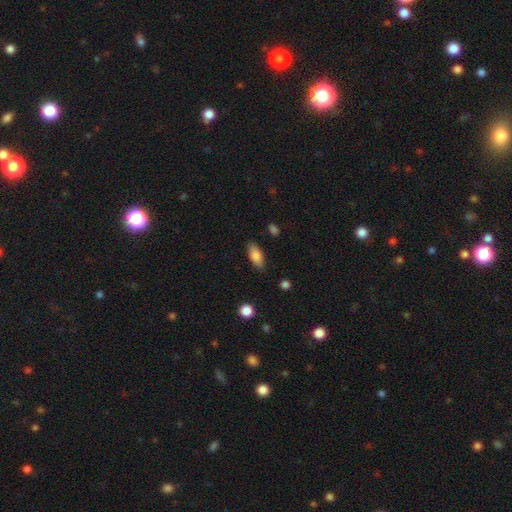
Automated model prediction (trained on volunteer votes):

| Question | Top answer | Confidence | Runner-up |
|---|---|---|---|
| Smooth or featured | smooth | 83% | featured or disk (10%) |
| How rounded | in between | 84% | cigar-shaped (14%) |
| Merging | none | 84% | minor disturbance (12%) |